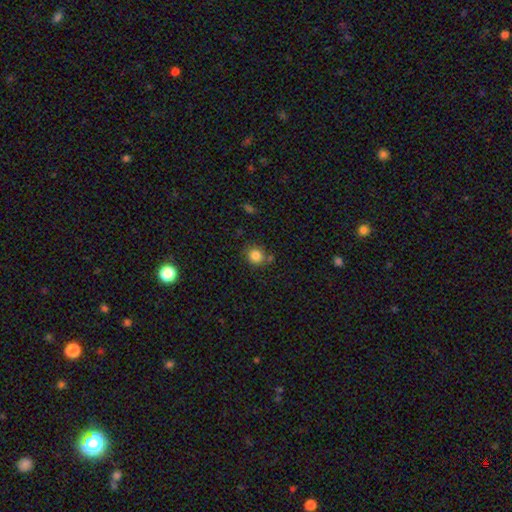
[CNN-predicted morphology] Overall: smooth (84%). How rounded: round (85%). Merging: none (74%).